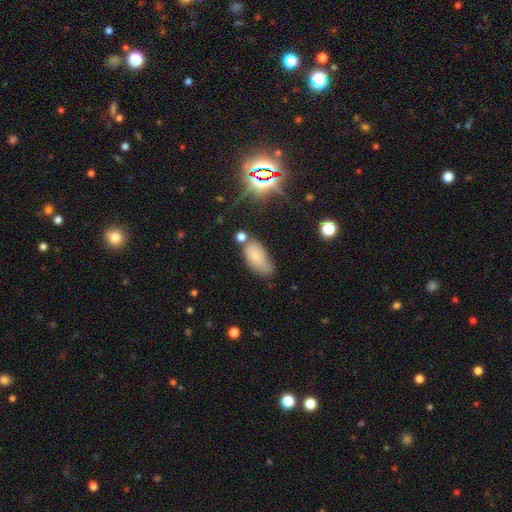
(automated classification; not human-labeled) A smooth galaxy with no disk features (73%) that is in between round and cigar-shaped (91%). Merging: none (51%).